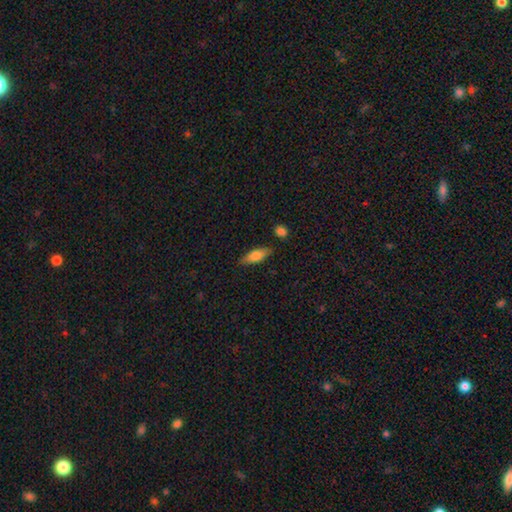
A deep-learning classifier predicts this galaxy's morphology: The model was most divided on "how rounded": in between: 63%, cigar-shaped: 34%, round: 3%. More confident: merging — none (80%); smooth or featured — smooth (75%).